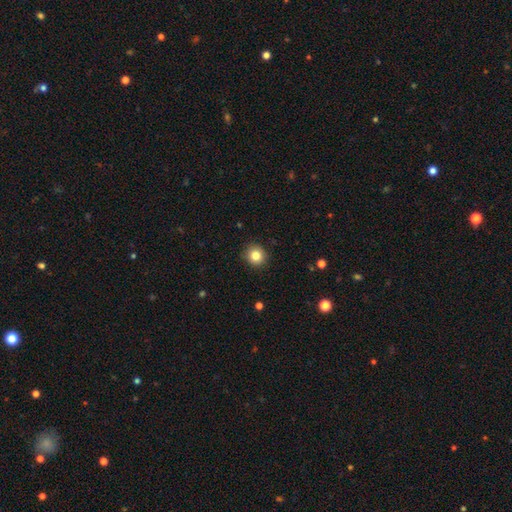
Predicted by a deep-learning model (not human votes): Overall: smooth (83%). How rounded: round (91%). Merging: none (91%).